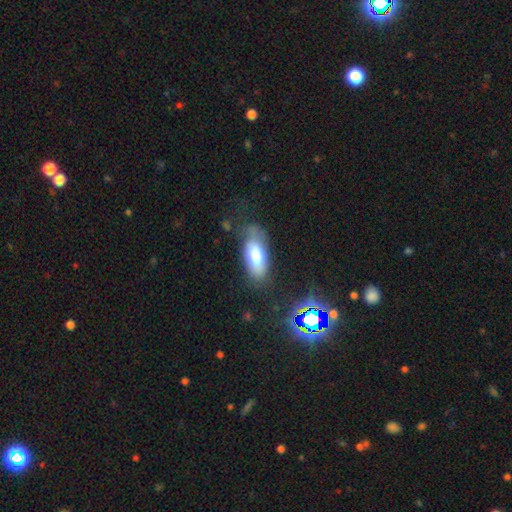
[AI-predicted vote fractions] smooth 72%, featured or disk 20%, star or artifact 8%. Down the decision tree: how rounded — in between (86%); merging — none (59%).